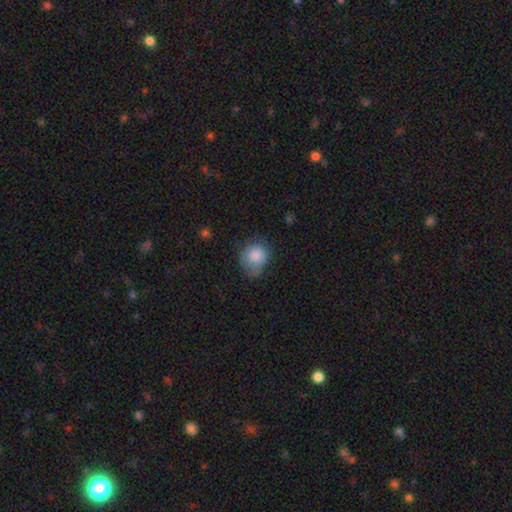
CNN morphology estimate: smooth-or-featured: smooth: 84% | featured or disk: 9% | star or artifact: 7%
  how-rounded: round: 70% | in between: 29% | cigar-shaped: 1%
  merging: none: 47% | minor disturbance: 36% | major disturbance: 15% | merger: 2%